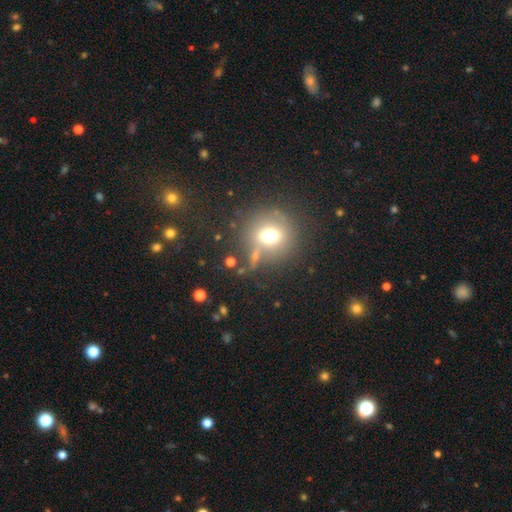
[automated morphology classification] This is likely a smooth galaxy (63%). How rounded: likely round (80%). Merging: likely none (69%).